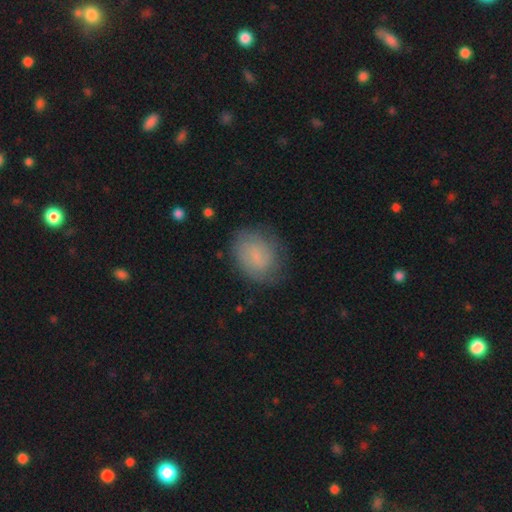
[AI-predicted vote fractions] Overall: smooth (63%; featured or disk 28%). How rounded: in between (55%; round 43%). Merging: none (71%).